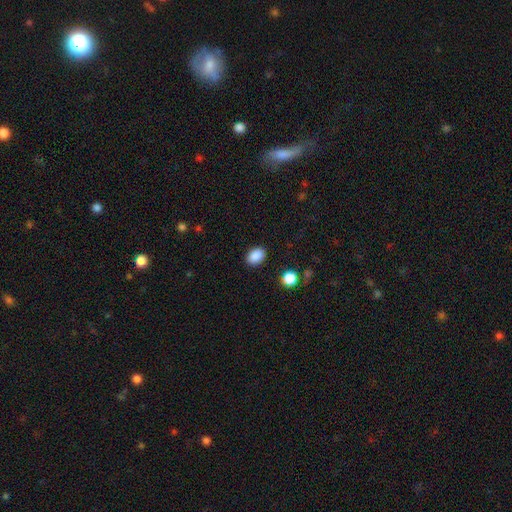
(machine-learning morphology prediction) smooth_or_featured: smooth (p=0.89) [alt: star or artifact p=0.08]
how_rounded: in between (p=0.78) [alt: round p=0.21]
merging: none (p=0.89) [alt: minor disturbance p=0.08]